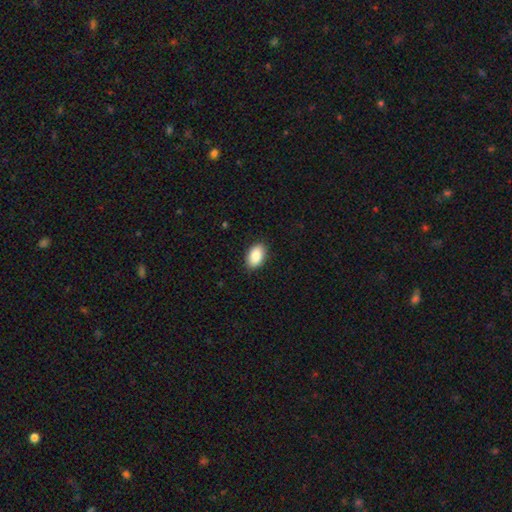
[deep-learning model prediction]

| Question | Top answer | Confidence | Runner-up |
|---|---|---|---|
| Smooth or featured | smooth | 89% | star or artifact (7%) |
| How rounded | in between | 93% | round (6%) |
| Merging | none | 89% | minor disturbance (8%) |